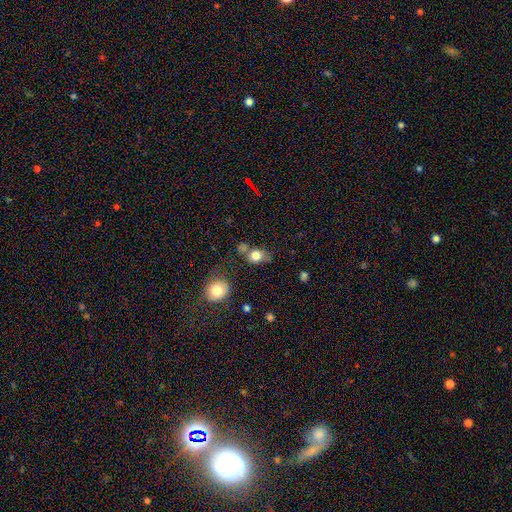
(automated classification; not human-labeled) Smooth or featured: smooth — 78% (featured or disk — 11%)
How rounded: in between — 50% (round — 48%)
Merging: none — 54% (minor disturbance — 22%)